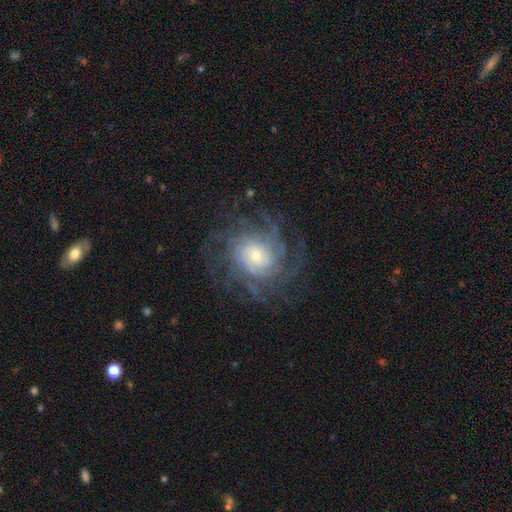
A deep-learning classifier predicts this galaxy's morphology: Smooth or featured? featured or disk (84%)
Edge-on disk? no (97%)
Bar? no (73%)
Spiral arms? yes (96%)
Spiral winding? tight (62%)
Spiral arm count? can't tell (28%)
Bulge size? small (57%)
Merging? none (76%)